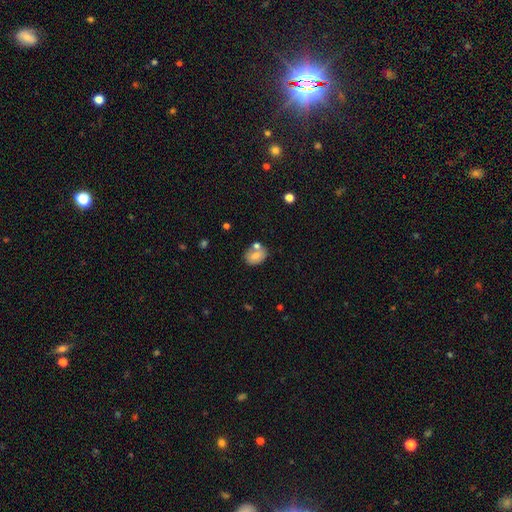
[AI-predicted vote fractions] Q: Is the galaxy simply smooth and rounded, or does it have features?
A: smooth — 72%.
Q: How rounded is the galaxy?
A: in between — 64%.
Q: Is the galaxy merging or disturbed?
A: none — 53%.